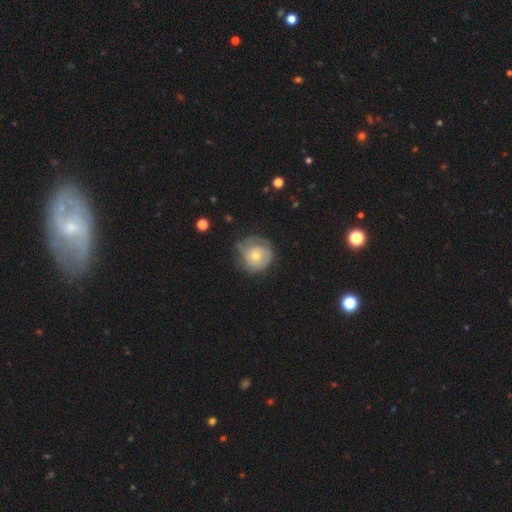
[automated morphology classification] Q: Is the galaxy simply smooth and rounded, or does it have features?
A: smooth — 50%.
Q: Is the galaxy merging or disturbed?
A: none — 58%.